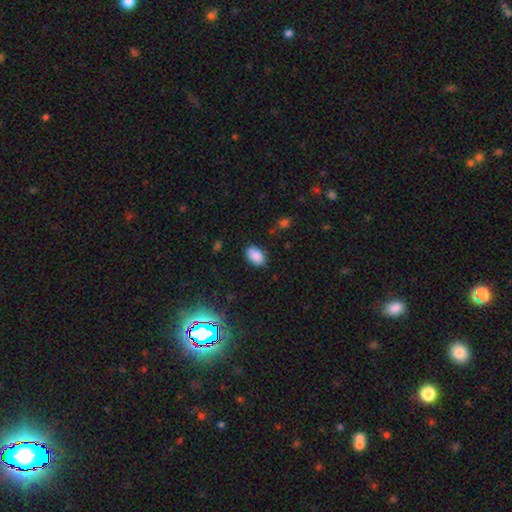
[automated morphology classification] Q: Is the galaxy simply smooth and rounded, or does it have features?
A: smooth — 87%.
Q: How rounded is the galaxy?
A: in between — 92%.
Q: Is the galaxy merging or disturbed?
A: none — 84%.